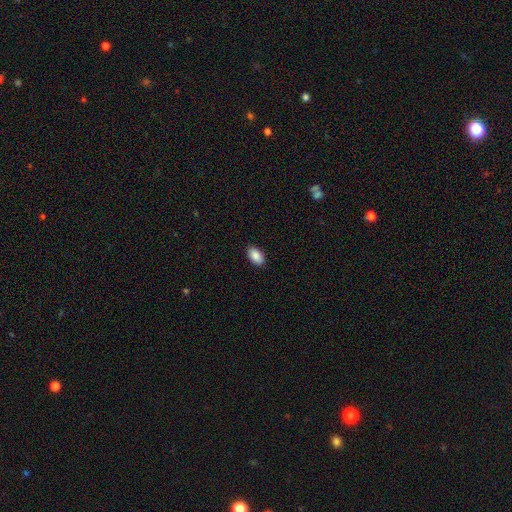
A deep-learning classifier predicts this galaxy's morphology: A smooth galaxy with no disk features (90%) that is in between round and cigar-shaped (94%).

Vote fractions:
- Smooth or featured? smooth: 90% / star or artifact: 7% / featured or disk: 4%
- How rounded? in between: 94% / round: 5% / cigar-shaped: 1%
- Merging? none: 90% / minor disturbance: 7% / major disturbance: 2% / merger: 1%